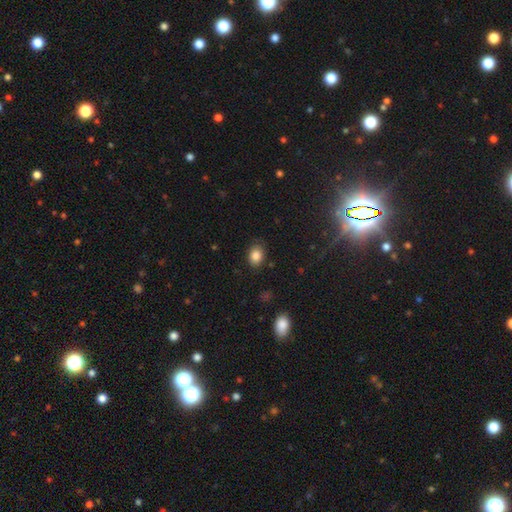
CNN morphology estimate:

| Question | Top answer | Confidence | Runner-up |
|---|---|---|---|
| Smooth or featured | smooth | 85% | star or artifact (9%) |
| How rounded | in between | 66% | round (33%) |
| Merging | none | 81% | minor disturbance (15%) |